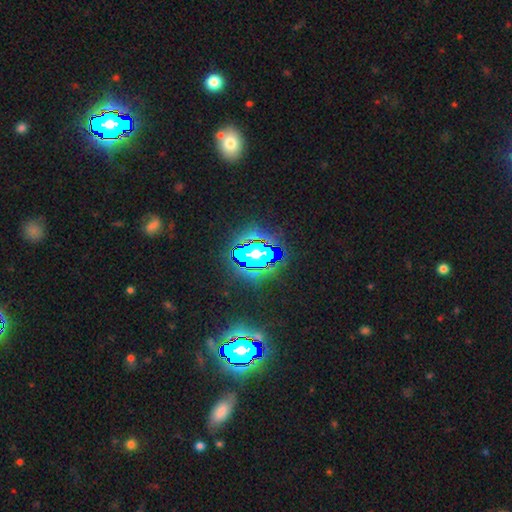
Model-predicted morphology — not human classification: type=star or artifact (80%).